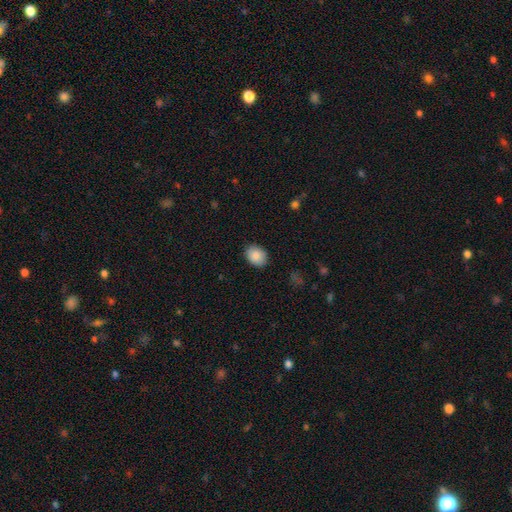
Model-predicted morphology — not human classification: The model was most divided on "how rounded": in between: 54%, round: 45%, cigar-shaped: 1%. More confident: smooth or featured — smooth (89%); merging — none (87%).